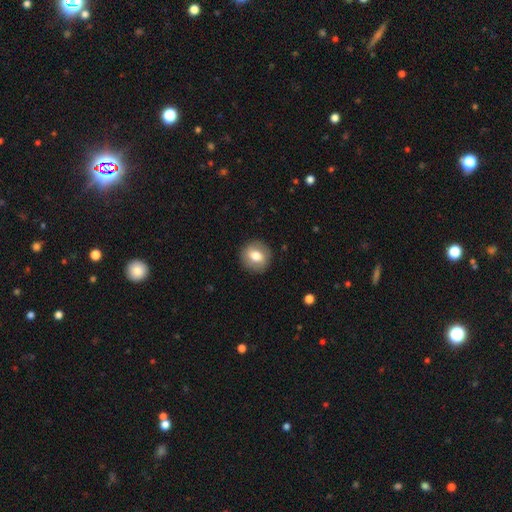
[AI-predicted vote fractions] Smooth or featured? smooth (70%)
How rounded? round (83%)
Merging? none (88%)